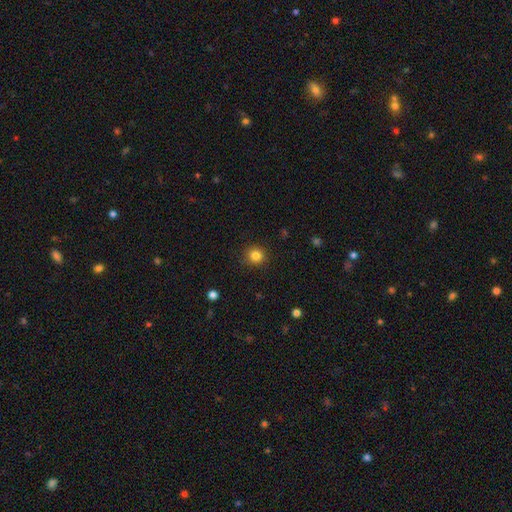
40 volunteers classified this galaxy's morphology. Smooth or featured? 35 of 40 (88%) said smooth. How rounded? 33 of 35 (94%) said round. Merging? 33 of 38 (87%) said none.